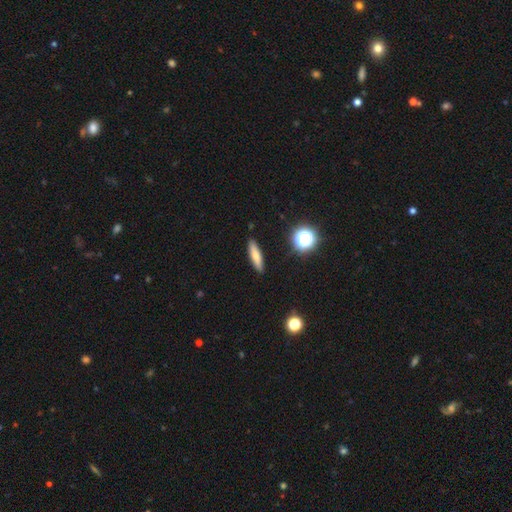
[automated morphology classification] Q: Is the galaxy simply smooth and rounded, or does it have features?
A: smooth — 71%.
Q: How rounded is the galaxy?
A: cigar-shaped — 71%.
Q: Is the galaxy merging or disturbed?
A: none — 89%.